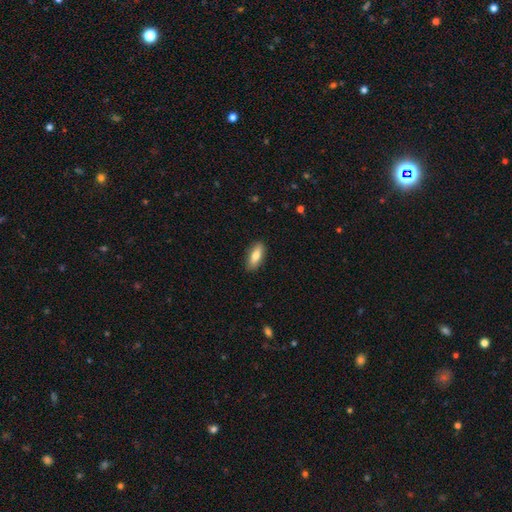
Smooth or featured? smooth (81%)
How rounded? in between (73%)
Merging? none (95%)